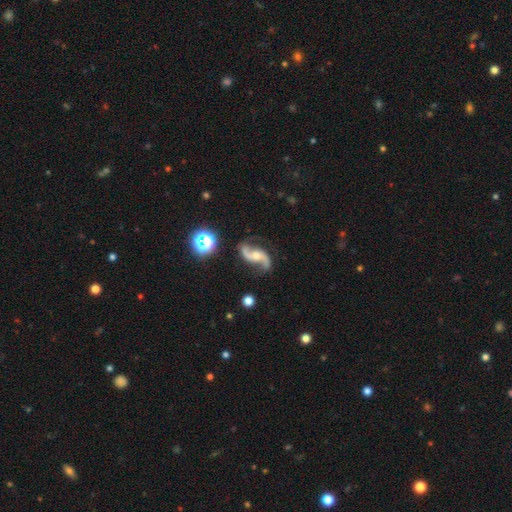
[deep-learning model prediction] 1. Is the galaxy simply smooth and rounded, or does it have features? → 90% featured or disk, 6% star or artifact, 4% smooth.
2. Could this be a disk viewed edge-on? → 97% no, 3% yes.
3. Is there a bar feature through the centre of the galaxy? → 60% no, 29% weak, 11% strong.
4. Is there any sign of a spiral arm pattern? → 98% yes, 2% no.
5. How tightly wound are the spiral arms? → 76% loose, 20% medium, 4% tight.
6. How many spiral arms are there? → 94% 2, 2% 1, 1% can't tell, 1% 3, 1% 4, 1% more than 4.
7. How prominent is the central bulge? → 52% moderate, 38% small, 4% none, 4% large, 1% dominant.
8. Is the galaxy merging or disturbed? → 77% none, 14% minor disturbance, 6% major disturbance, 3% merger.